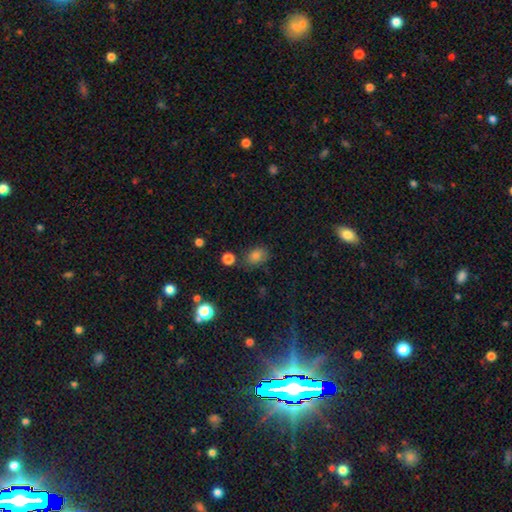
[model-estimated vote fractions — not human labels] Smooth or featured?
  - smooth: 78% *
  - star or artifact: 16%
  - featured or disk: 7%
How rounded?
  - in between: 67% *
  - round: 31%
  - cigar-shaped: 1%
Merging?
  - none: 72% *
  - minor disturbance: 18%
  - merger: 5%
  - major disturbance: 5%